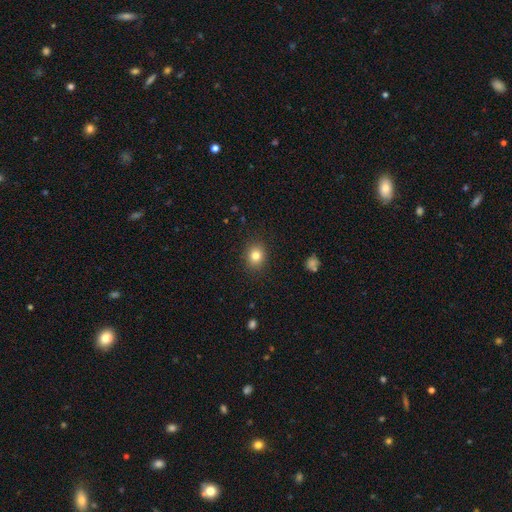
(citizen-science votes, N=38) Volunteers were most divided on "how rounded": round: 81%, in between: 19%, cigar-shaped: 0%. More confident: merging — none (91%); smooth or featured — smooth (84%).